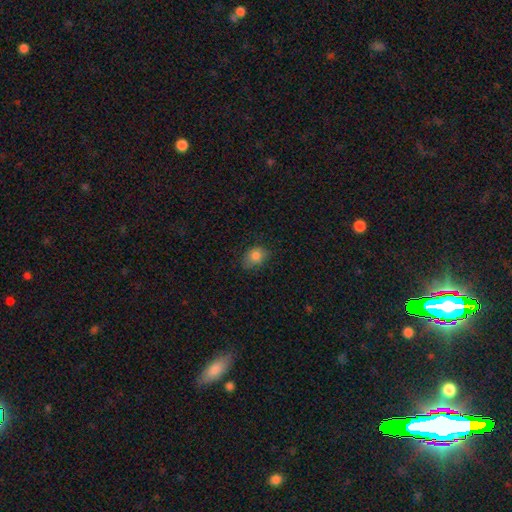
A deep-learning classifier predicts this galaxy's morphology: The model was most divided on "how rounded": in between: 64%, round: 35%, cigar-shaped: 1%. More confident: smooth or featured — smooth (82%); merging — none (73%).